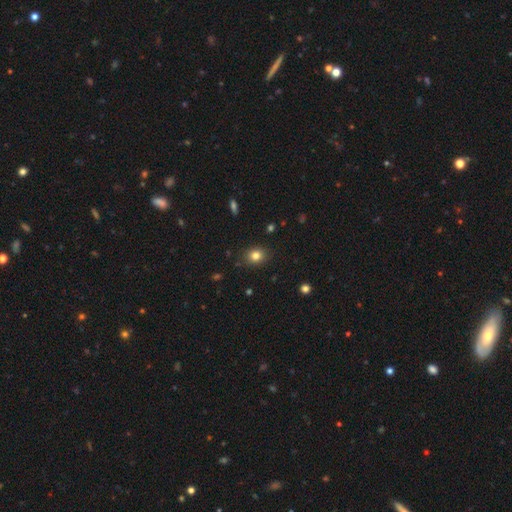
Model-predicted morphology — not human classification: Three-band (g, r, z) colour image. It shows a smooth galaxy with no disk features (81%) that is round (58%). Merging: none (86%).